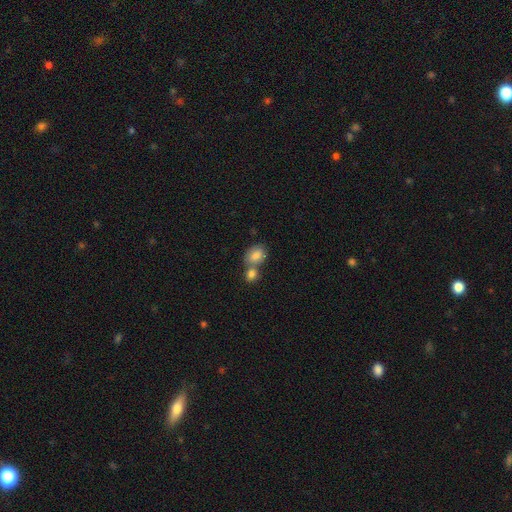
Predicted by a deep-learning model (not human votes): Morphology: type=smooth (83%); roundness=in between (66%); merging=merger (48%).